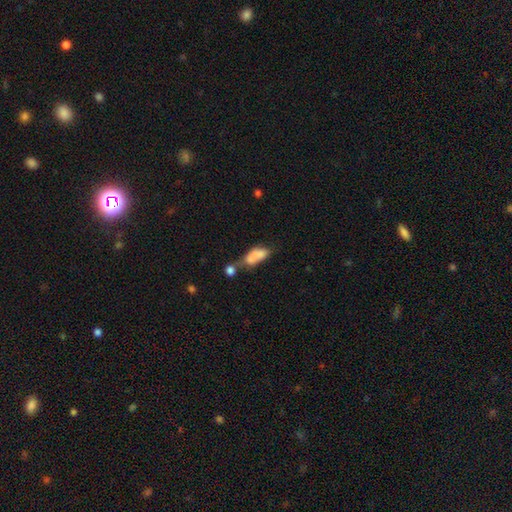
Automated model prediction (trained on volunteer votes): Q: Smooth or featured?
A: smooth (72%); runner-up: featured or disk (18%)
Q: How rounded?
A: in between (81%); runner-up: cigar-shaped (14%)
Q: Merging?
A: merger (46%); runner-up: none (21%)